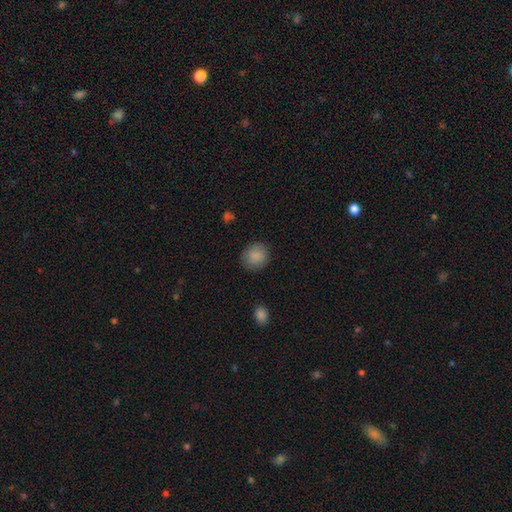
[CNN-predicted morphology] smooth-or-featured: smooth: 87% | star or artifact: 8% | featured or disk: 5%
  how-rounded: round: 82% | in between: 17% | cigar-shaped: 1%
  merging: none: 85% | minor disturbance: 11% | major disturbance: 3% | merger: 1%